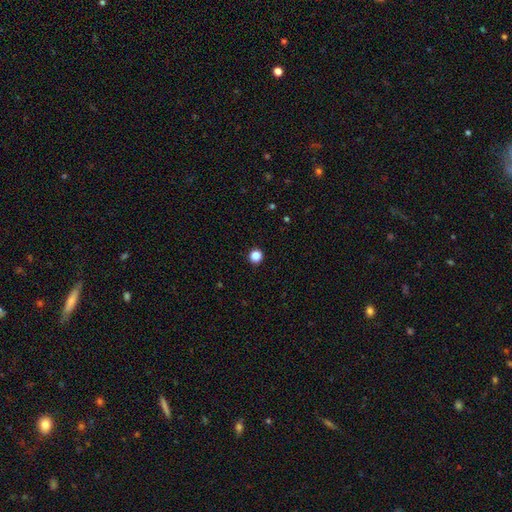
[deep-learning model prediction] Q: Smooth or featured?
A: smooth (86%); runner-up: star or artifact (12%)
Q: How rounded?
A: round (95%); runner-up: in between (5%)
Q: Merging?
A: none (93%); runner-up: minor disturbance (4%)